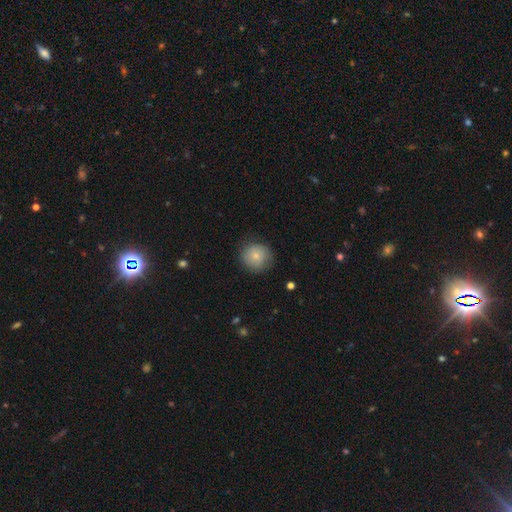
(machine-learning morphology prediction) This appears to be a smooth galaxy with no disk features (76%) that is round (90%). Merging: none (78%).